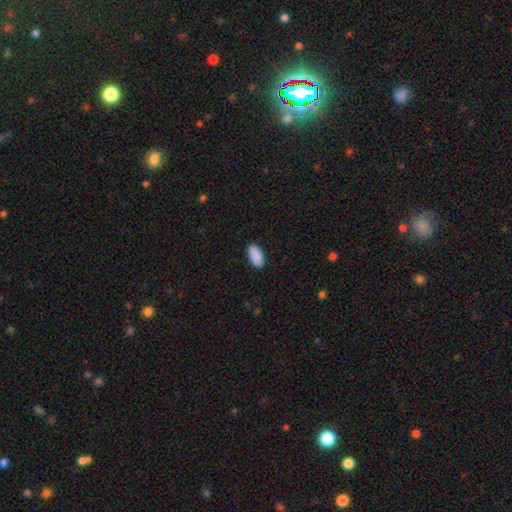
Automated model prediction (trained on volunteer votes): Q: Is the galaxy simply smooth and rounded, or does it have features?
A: smooth — 91%.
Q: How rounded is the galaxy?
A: in between — 94%.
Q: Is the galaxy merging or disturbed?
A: none — 89%.